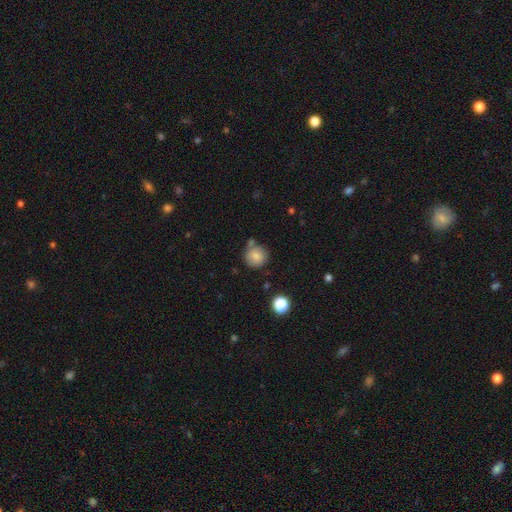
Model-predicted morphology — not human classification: smooth-or-featured: smooth: 82% | star or artifact: 10% | featured or disk: 8%
  how-rounded: round: 92% | in between: 7% | cigar-shaped: 1%
  merging: none: 72% | minor disturbance: 13% | merger: 12% | major disturbance: 3%